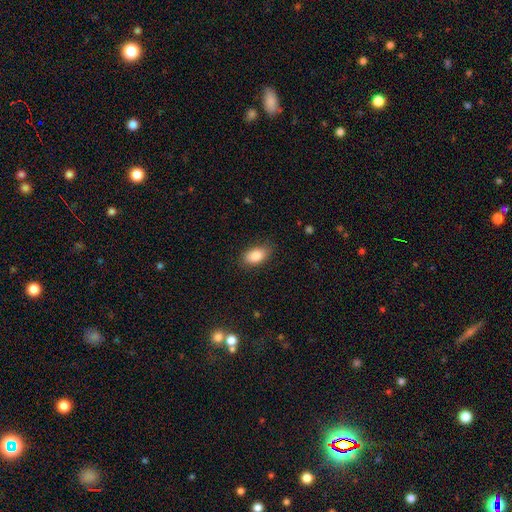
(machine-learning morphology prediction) Smooth or featured?
  - smooth: 85% *
  - star or artifact: 8%
  - featured or disk: 7%
How rounded?
  - in between: 91% *
  - round: 7%
  - cigar-shaped: 2%
Merging?
  - none: 80% *
  - minor disturbance: 15%
  - major disturbance: 3%
  - merger: 1%